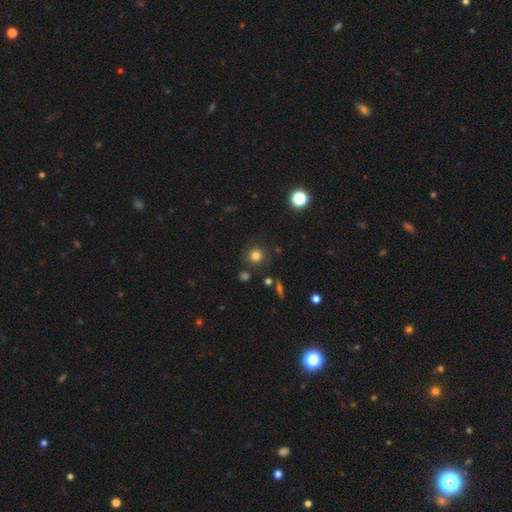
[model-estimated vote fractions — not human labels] A smooth galaxy with no disk features (76%) that is round (92%).

Vote fractions:
- Smooth or featured? smooth: 76% / star or artifact: 14% / featured or disk: 10%
- How rounded? round: 92% / in between: 7% / cigar-shaped: 1%
- Merging? none: 82% / minor disturbance: 10% / major disturbance: 4% / merger: 4%